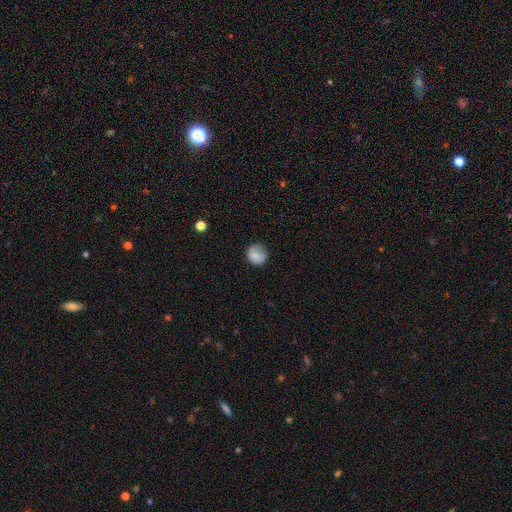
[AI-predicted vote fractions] Overall: smooth (79%). How rounded: round (87%). Merging: none (68%).